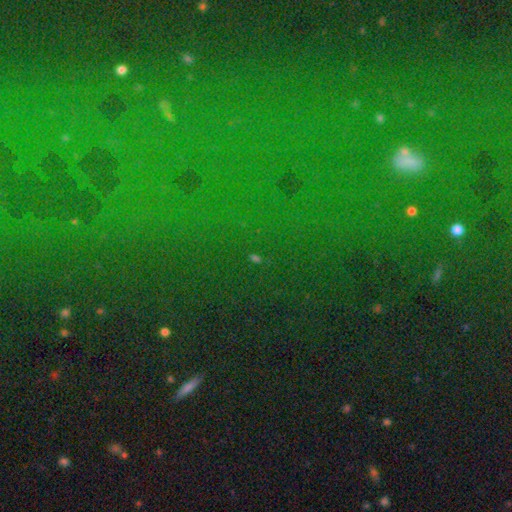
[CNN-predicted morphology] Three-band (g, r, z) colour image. It shows a star or artifact, not a galaxy (79%).